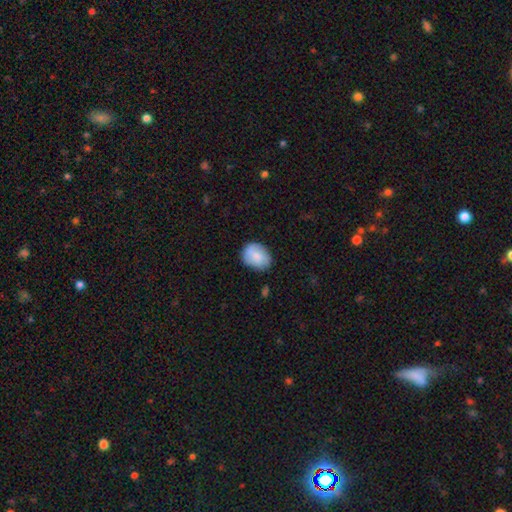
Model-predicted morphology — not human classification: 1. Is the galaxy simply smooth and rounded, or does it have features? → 79% smooth, 14% featured or disk, 7% star or artifact.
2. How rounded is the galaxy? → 58% in between, 41% round, 1% cigar-shaped.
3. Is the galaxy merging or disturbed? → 73% none, 21% minor disturbance, 4% major disturbance, 2% merger.